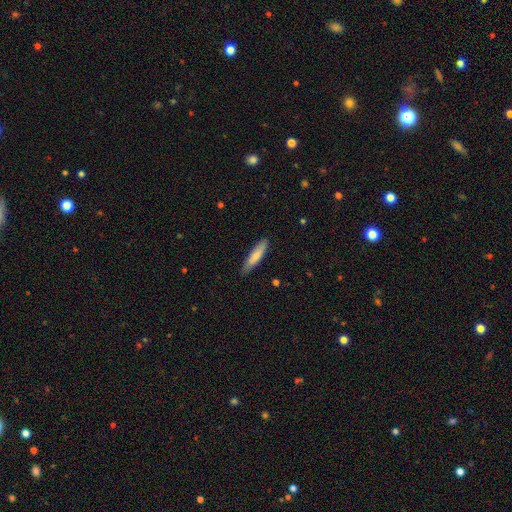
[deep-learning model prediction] smooth 75%, featured or disk 19%, star or artifact 5%. Down the decision tree: how rounded — cigar-shaped (79%); merging — none (83%).